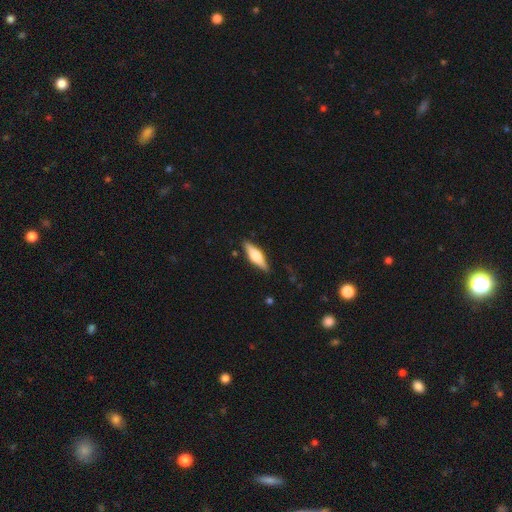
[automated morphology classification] Smooth or featured: featured or disk — 52% (smooth — 42%)
Edge-on disk: yes — 95% (no — 5%)
Merging: none — 87% (minor disturbance — 10%)